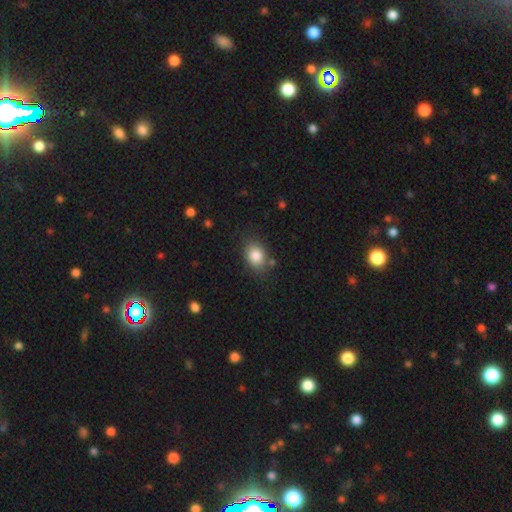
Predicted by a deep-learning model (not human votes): This is clearly a smooth galaxy (84%). How rounded: likely in between (64%). Merging: likely none (77%).